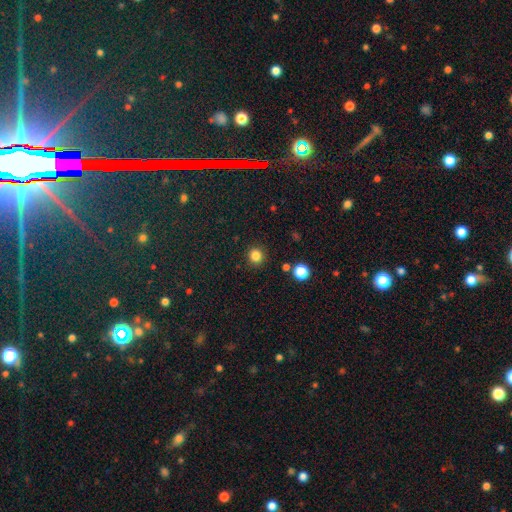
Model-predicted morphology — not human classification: smooth_or_featured: smooth (p=0.83) [alt: star or artifact p=0.13]
how_rounded: round (p=0.93) [alt: in between p=0.07]
merging: none (p=0.91) [alt: minor disturbance p=0.06]